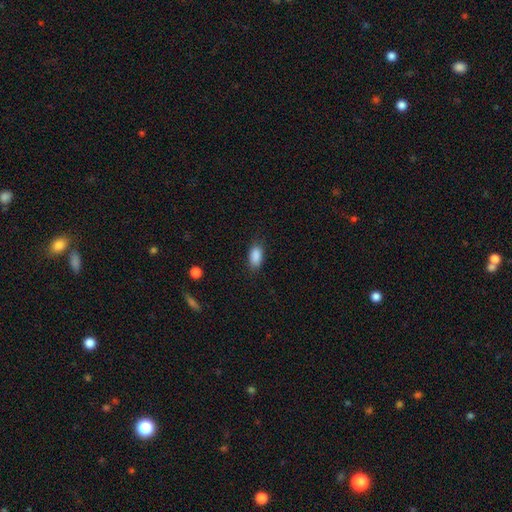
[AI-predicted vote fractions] smooth-or-featured: smooth: 88% | star or artifact: 8% | featured or disk: 4%
  how-rounded: in between: 90% | cigar-shaped: 5% | round: 5%
  merging: none: 79% | minor disturbance: 16% | major disturbance: 4% | merger: 1%